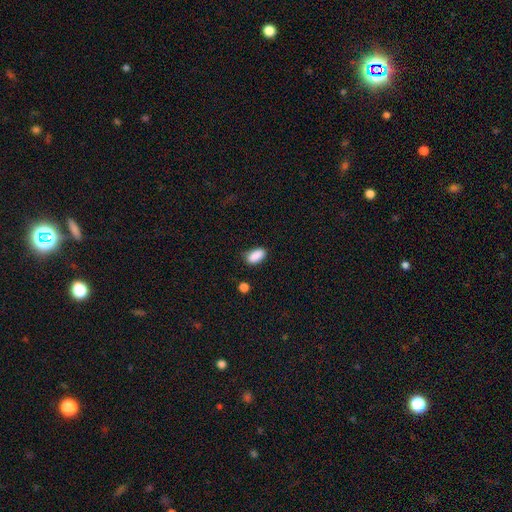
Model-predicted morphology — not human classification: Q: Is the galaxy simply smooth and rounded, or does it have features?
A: smooth — 89%.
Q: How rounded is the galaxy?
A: in between — 92%.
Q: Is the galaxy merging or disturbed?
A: none — 77%.